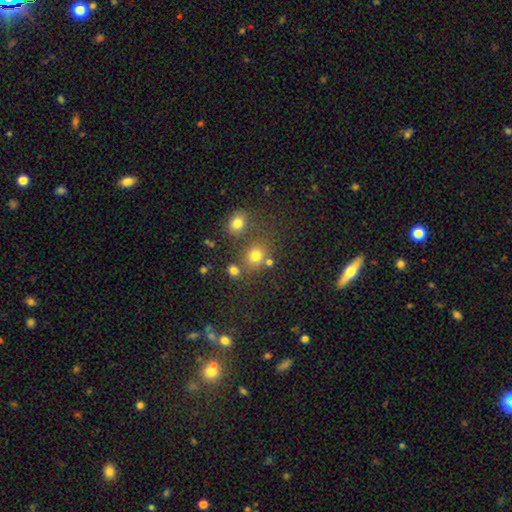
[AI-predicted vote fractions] smooth 73%, star or artifact 18%, featured or disk 9%. Down the decision tree: how rounded — round (73%); merging — none (62%).